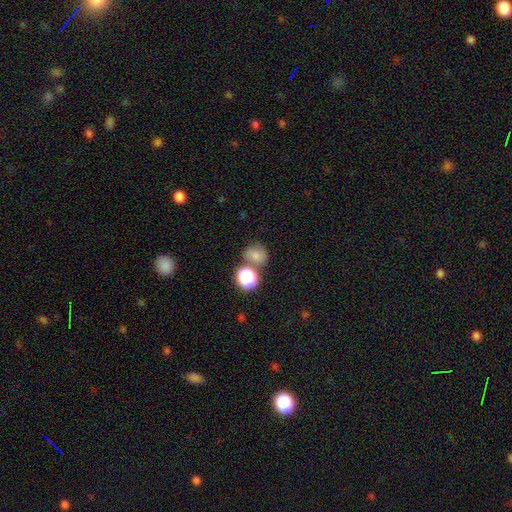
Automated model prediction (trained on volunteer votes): Smooth or featured?
  - smooth: 61% *
  - featured or disk: 20%
  - star or artifact: 19%
How rounded?
  - round: 71% *
  - in between: 28%
  - cigar-shaped: 1%
Merging?
  - none: 54% *
  - merger: 24%
  - minor disturbance: 15%
  - major disturbance: 7%